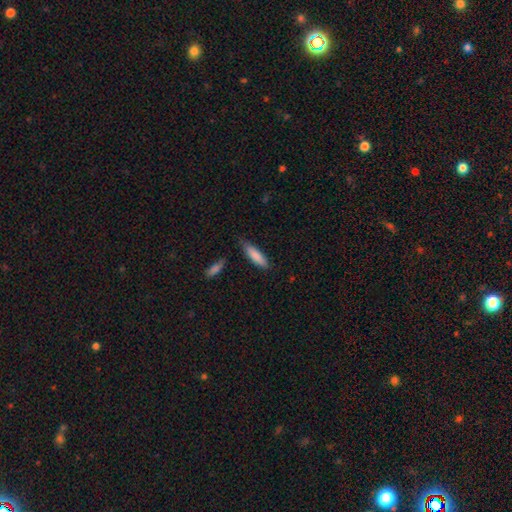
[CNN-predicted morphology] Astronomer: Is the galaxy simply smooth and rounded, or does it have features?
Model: smooth — 85%.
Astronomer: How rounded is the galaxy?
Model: cigar-shaped — 64%.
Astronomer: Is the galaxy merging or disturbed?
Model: none — 78%.